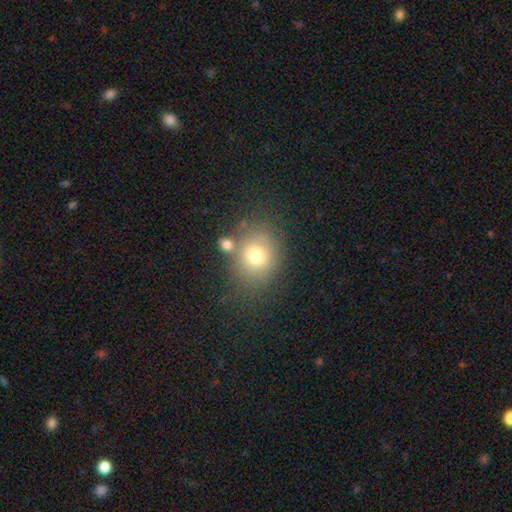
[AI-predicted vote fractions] smooth 73%, featured or disk 14%, star or artifact 13%. Down the decision tree: how rounded — round (59%); merging — none (65%).